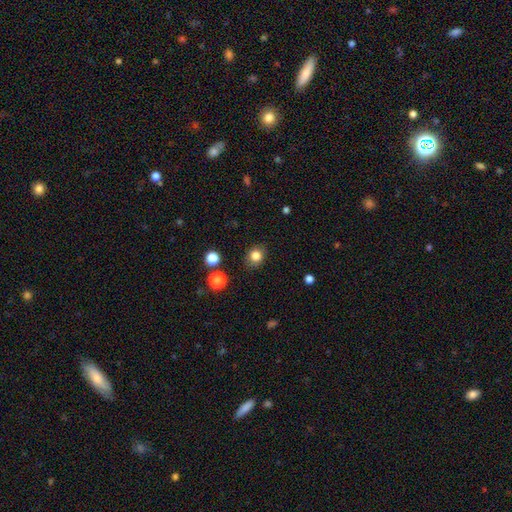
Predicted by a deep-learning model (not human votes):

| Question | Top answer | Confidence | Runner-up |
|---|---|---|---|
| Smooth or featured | smooth | 82% | star or artifact (12%) |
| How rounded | round | 70% | in between (29%) |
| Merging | none | 85% | minor disturbance (10%) |